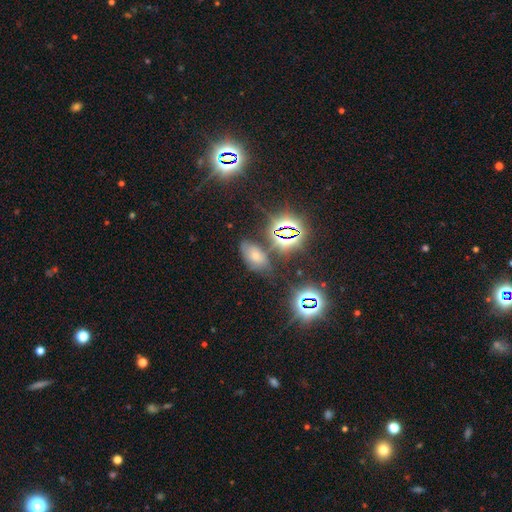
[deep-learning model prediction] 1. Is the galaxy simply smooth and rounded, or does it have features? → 42% smooth, 40% star or artifact, 18% featured or disk.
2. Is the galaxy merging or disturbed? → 63% none, 20% minor disturbance, 9% major disturbance, 8% merger.